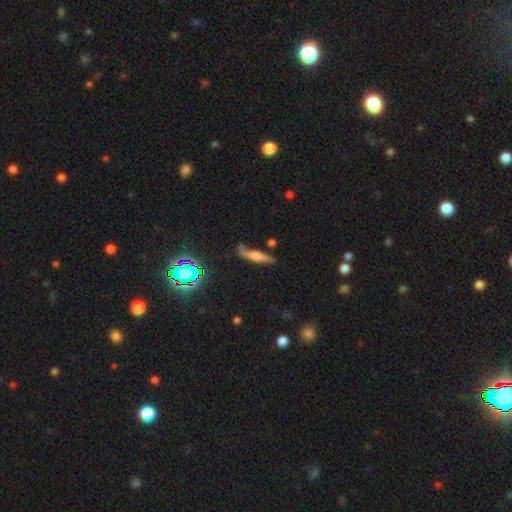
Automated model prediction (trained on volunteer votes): This is possibly a smooth galaxy (46%). Merging: likely none (63%).